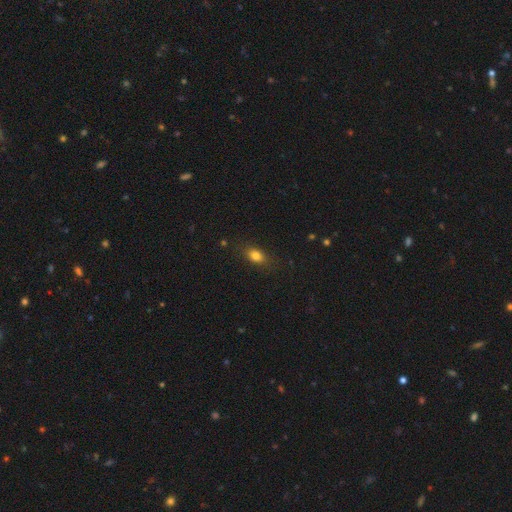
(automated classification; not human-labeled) Overall: smooth (80%). How rounded: in between (76%). Merging: none (83%).